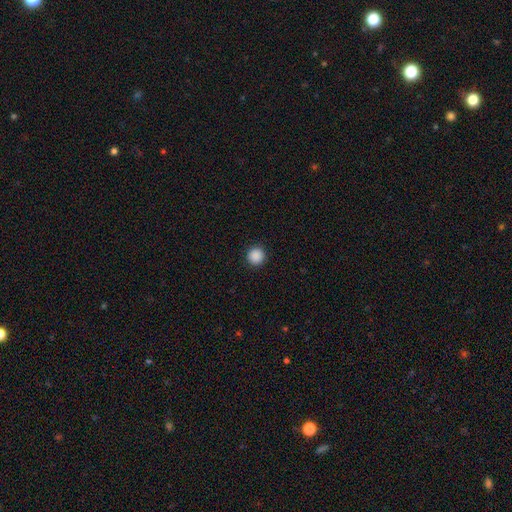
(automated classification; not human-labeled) Smooth or featured?
  - smooth: 89% *
  - star or artifact: 9%
  - featured or disk: 2%
How rounded?
  - round: 95% *
  - in between: 4%
  - cigar-shaped: 1%
Merging?
  - none: 93% *
  - minor disturbance: 5%
  - major disturbance: 2%
  - merger: 1%